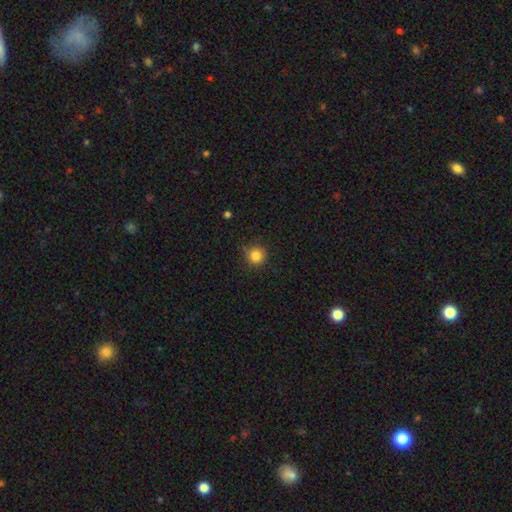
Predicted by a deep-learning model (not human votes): smooth-or-featured: smooth: 84% | star or artifact: 11% | featured or disk: 5%
  how-rounded: round: 94% | in between: 5% | cigar-shaped: 1%
  merging: none: 80% | minor disturbance: 16% | major disturbance: 3% | merger: 1%